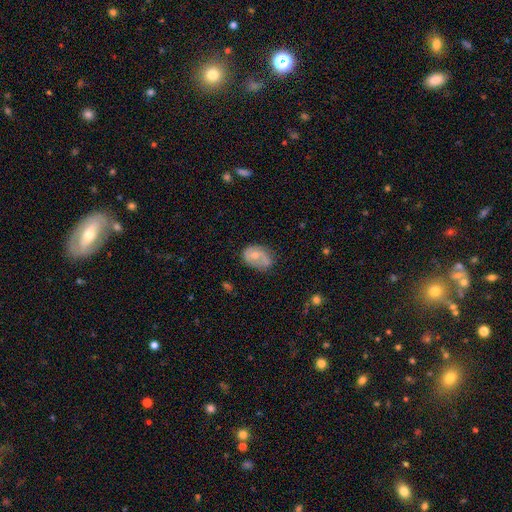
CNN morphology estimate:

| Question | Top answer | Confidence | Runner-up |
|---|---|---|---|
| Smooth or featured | smooth | 50% | featured or disk (43%) |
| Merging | none | 48% | minor disturbance (34%) |